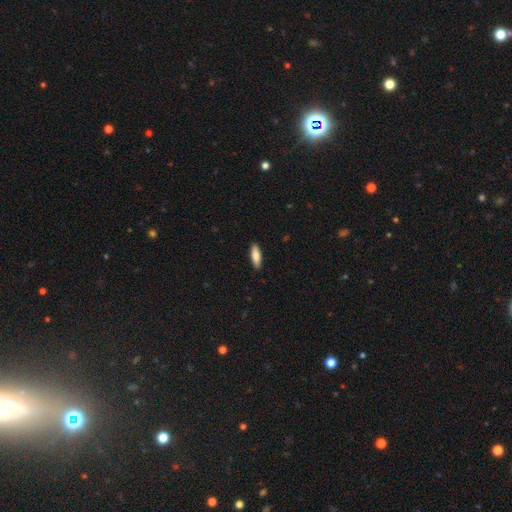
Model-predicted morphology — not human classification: A smooth galaxy with no disk features (83%) that is in between round and cigar-shaped (52%). Merging: none (90%).